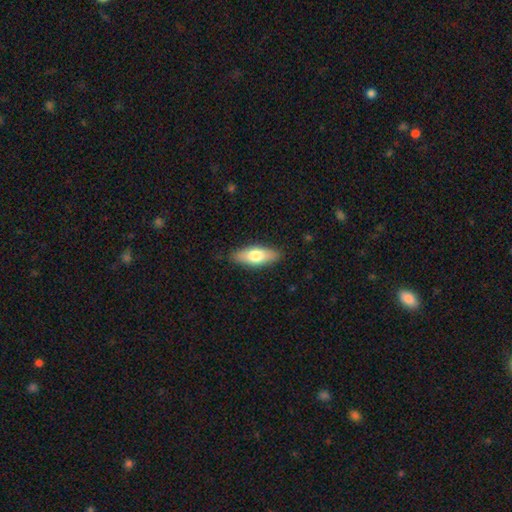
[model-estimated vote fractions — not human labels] Morphology: type=smooth (70%); roundness=in between (69%); merging=none (87%).